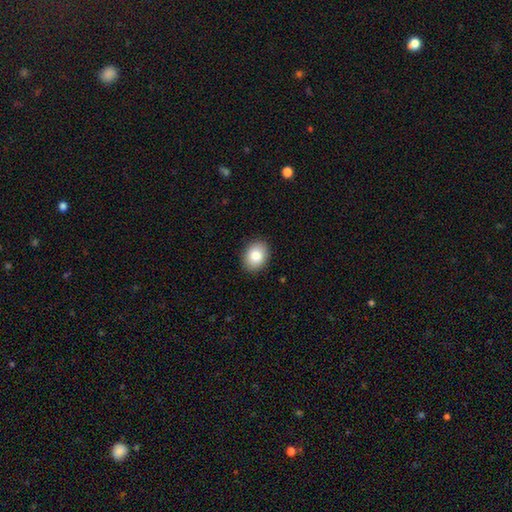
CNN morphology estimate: Smooth or featured? Predicted: smooth (p=0.84). How rounded? Predicted: in between (p=0.58). Merging? Predicted: none (p=0.90).